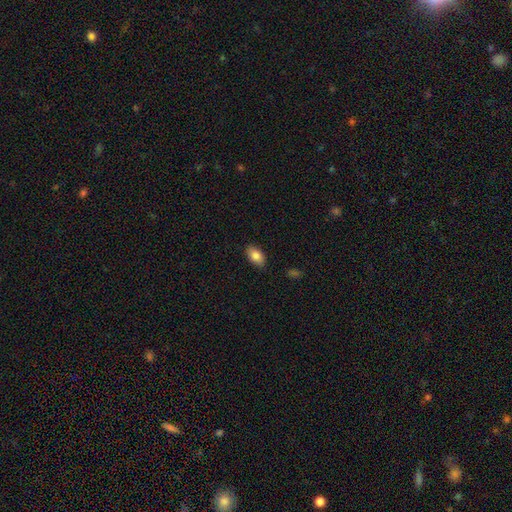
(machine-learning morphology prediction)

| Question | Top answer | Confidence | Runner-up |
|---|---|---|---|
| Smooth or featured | smooth | 85% | featured or disk (8%) |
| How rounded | in between | 92% | round (5%) |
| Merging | none | 87% | minor disturbance (10%) |